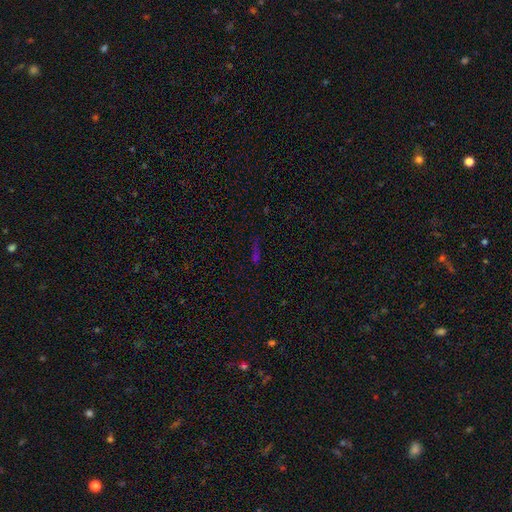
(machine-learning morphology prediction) This appears to be a star or artifact, not a galaxy (52%).